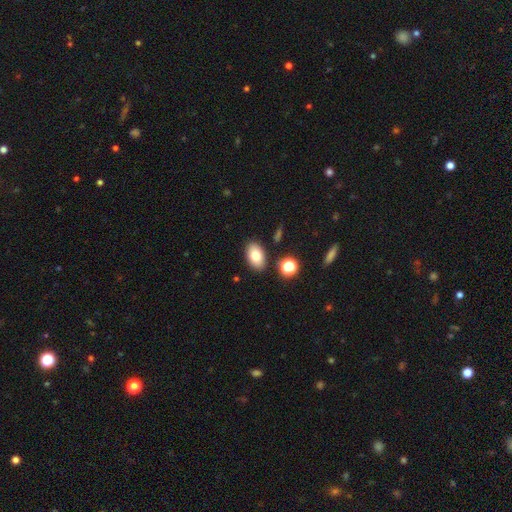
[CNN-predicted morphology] Smooth or featured? smooth (79%)
How rounded? in between (90%)
Merging? none (86%)